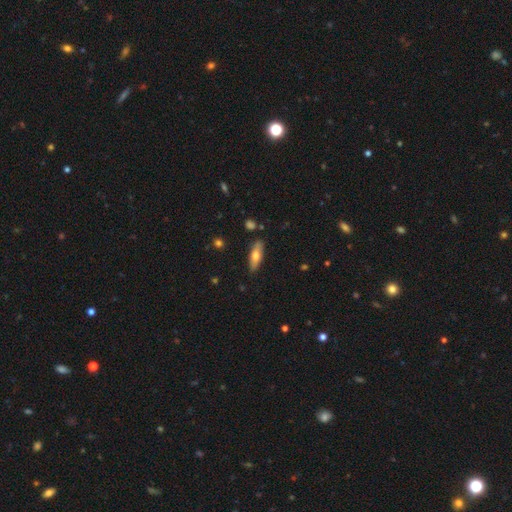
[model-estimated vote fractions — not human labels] The model was most divided on "how rounded": in between: 53%, cigar-shaped: 45%, round: 3%. More confident: merging — none (84%); smooth or featured — smooth (60%).